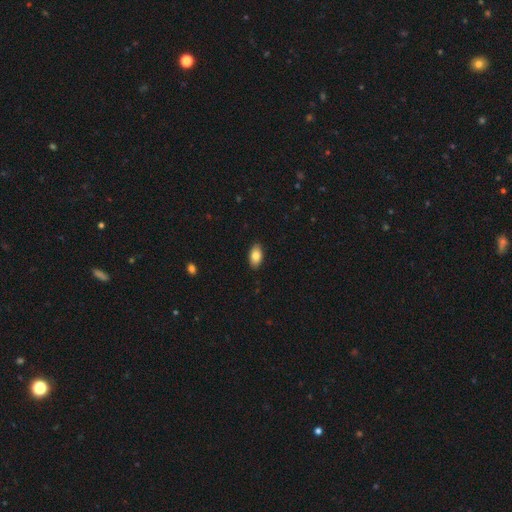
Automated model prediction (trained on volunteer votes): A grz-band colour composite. It shows a smooth galaxy with no disk features (84%) that is in between round and cigar-shaped (94%). Merging: none (89%).